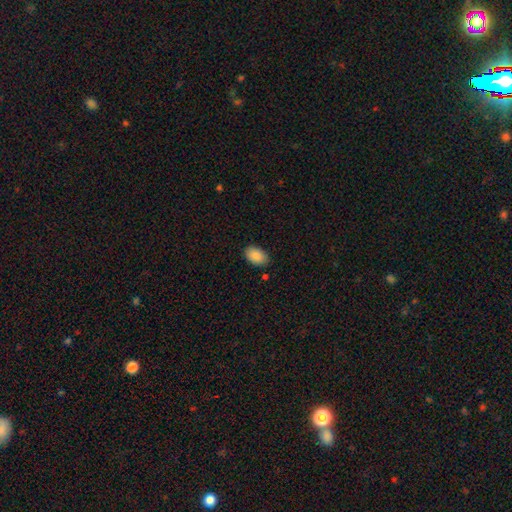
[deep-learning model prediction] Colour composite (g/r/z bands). It shows a smooth galaxy with no disk features (88%) that is in between round and cigar-shaped (92%). Merging: none (86%).